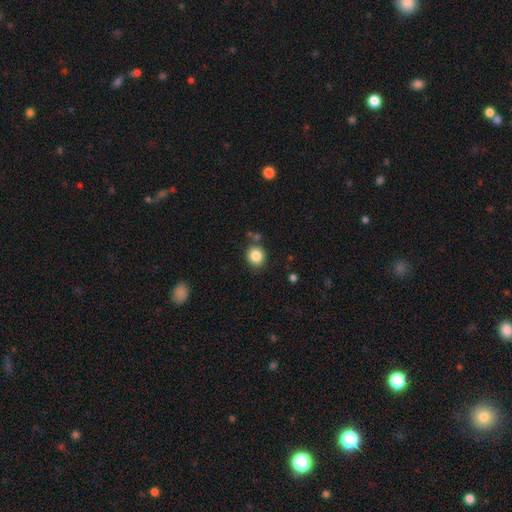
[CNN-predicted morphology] Q: Smooth or featured?
A: smooth (85%); runner-up: star or artifact (10%)
Q: How rounded?
A: round (78%); runner-up: in between (21%)
Q: Merging?
A: none (80%); runner-up: minor disturbance (11%)